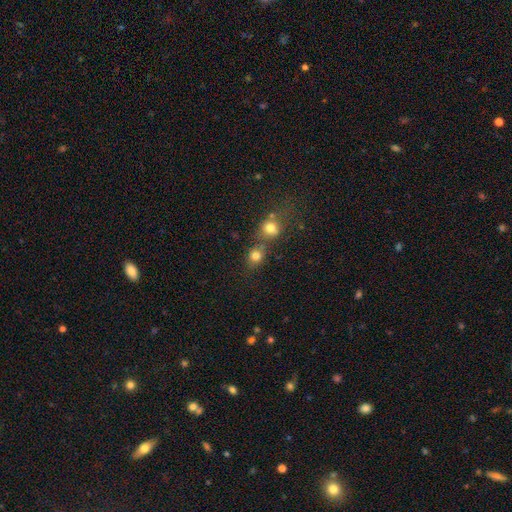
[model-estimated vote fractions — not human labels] Smooth or featured?
  - smooth: 78% *
  - star or artifact: 14%
  - featured or disk: 8%
How rounded?
  - round: 73% *
  - in between: 25%
  - cigar-shaped: 1%
Merging?
  - none: 50% *
  - merger: 35%
  - minor disturbance: 10%
  - major disturbance: 5%